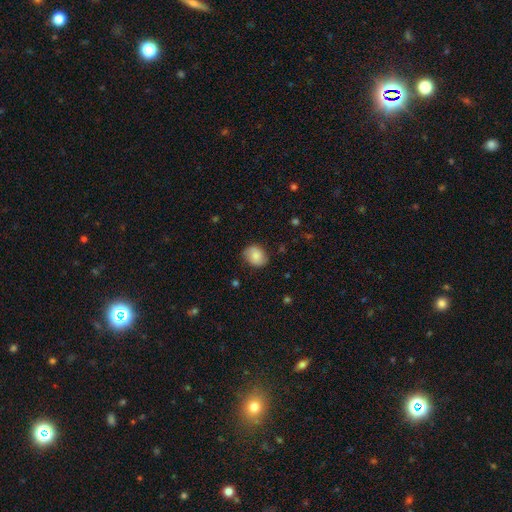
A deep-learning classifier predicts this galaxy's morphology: Smooth or featured? Predicted: smooth (p=0.75). How rounded? Predicted: round (p=0.52). Merging? Predicted: none (p=0.77).